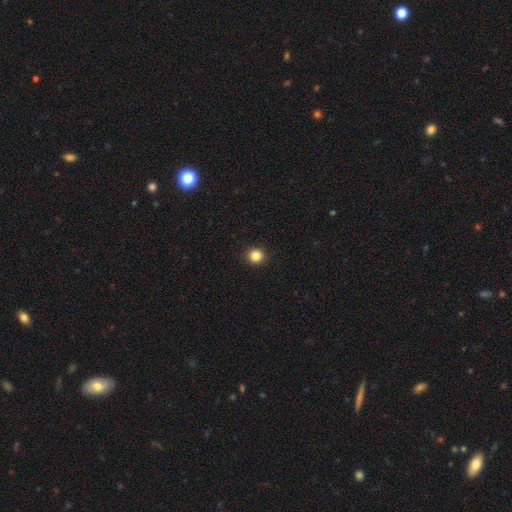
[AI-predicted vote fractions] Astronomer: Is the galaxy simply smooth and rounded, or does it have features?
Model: smooth — 84%.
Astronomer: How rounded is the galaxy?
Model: round — 92%.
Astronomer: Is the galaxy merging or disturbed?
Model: none — 93%.